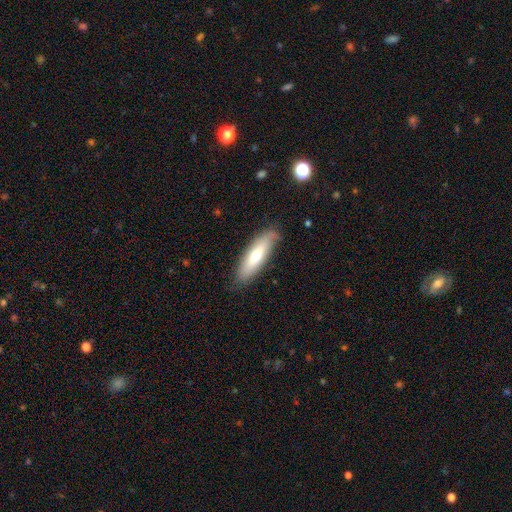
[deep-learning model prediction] The model was most divided on "how rounded": cigar-shaped: 58%, in between: 40%, round: 2%. More confident: merging — none (81%); smooth or featured — smooth (64%).